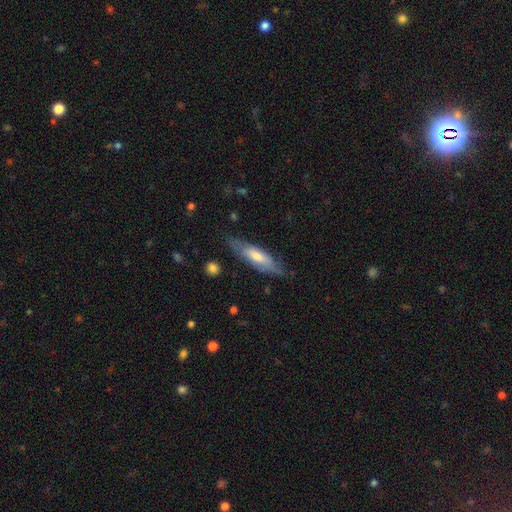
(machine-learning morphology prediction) Smooth or featured? smooth (53%)
How rounded? cigar-shaped (60%)
Merging? none (73%)